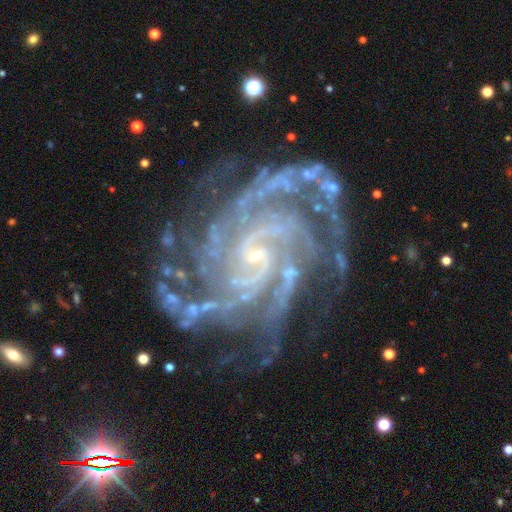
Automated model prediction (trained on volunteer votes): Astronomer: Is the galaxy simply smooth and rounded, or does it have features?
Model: featured or disk — 92%.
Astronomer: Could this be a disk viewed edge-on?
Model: no — 98%.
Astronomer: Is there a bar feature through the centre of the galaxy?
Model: no — 51% (runner-up: weak, 33%).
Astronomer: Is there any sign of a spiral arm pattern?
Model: yes — 99%.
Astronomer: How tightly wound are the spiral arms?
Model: tight — 70%.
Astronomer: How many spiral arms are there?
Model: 4 — 28% (runner-up: more than 4, 25%).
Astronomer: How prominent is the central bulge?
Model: small — 82%.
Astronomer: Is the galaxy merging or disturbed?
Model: none — 73%.